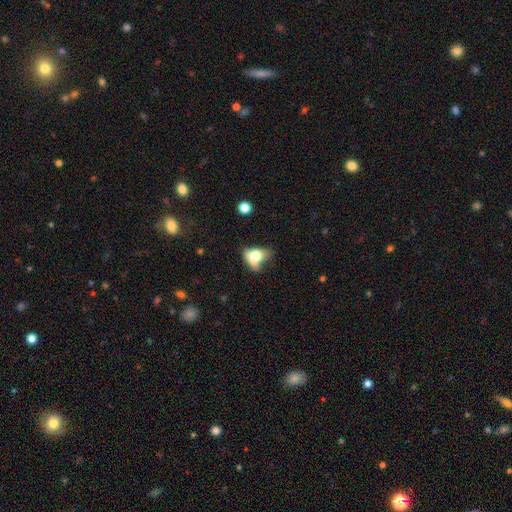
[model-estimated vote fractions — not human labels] smooth-or-featured: smooth: 63% | featured or disk: 26% | star or artifact: 11%
  how-rounded: in between: 71% | round: 25% | cigar-shaped: 4%
  merging: major disturbance: 30% | minor disturbance: 25% | none: 24% | merger: 21%